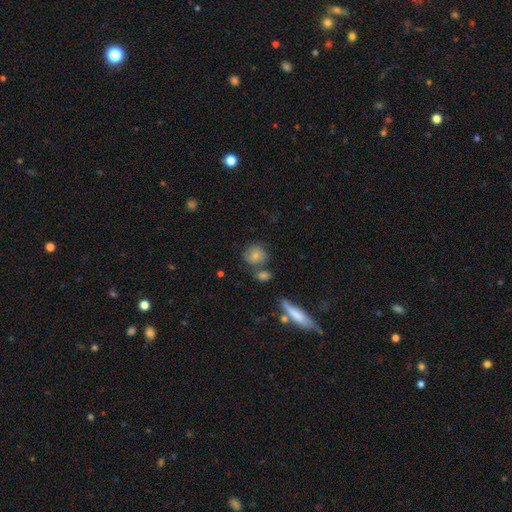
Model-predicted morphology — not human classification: Overall: smooth (78%). How rounded: round (76%). Merging: none (57%; merger 22%).